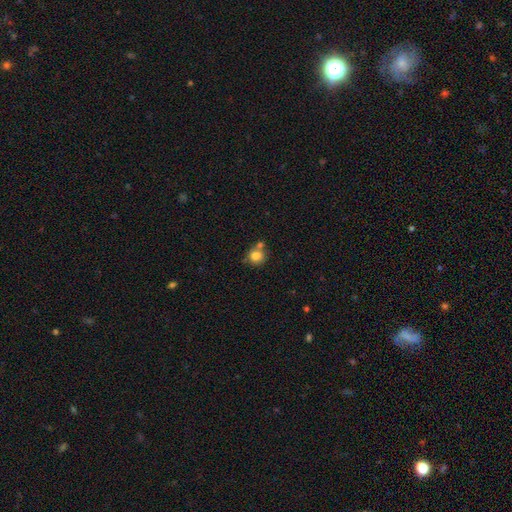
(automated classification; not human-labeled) Smooth or featured?
  - smooth: 81% *
  - star or artifact: 10%
  - featured or disk: 9%
How rounded?
  - round: 82% *
  - in between: 17%
  - cigar-shaped: 1%
Merging?
  - none: 52% *
  - merger: 30%
  - minor disturbance: 14%
  - major disturbance: 5%